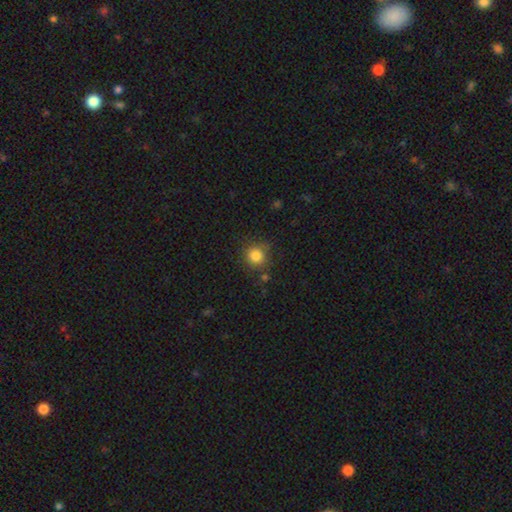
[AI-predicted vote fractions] A smooth galaxy with no disk features (83%) that is round (91%).

Vote fractions:
- Smooth or featured? smooth: 83% / star or artifact: 11% / featured or disk: 6%
- How rounded? round: 91% / in between: 8% / cigar-shaped: 1%
- Merging? none: 79% / minor disturbance: 13% / merger: 4% / major disturbance: 4%